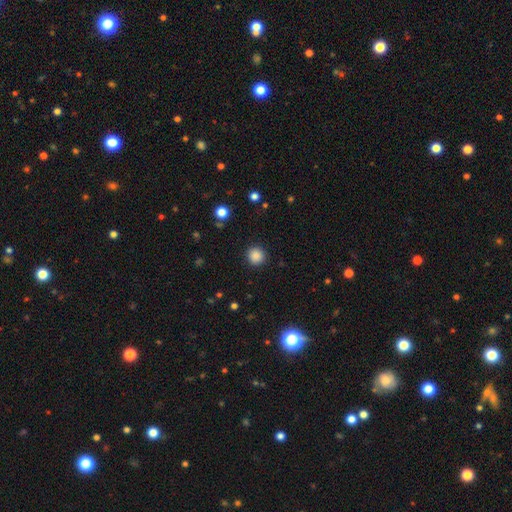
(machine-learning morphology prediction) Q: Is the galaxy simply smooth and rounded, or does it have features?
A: smooth — 87%.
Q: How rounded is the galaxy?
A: round — 94%.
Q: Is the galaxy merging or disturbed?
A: none — 91%.